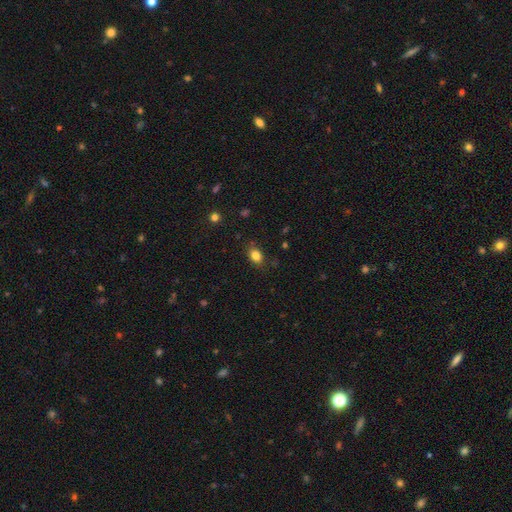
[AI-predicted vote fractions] Morphology: type=smooth (83%); roundness=in between (70%); merging=none (82%).